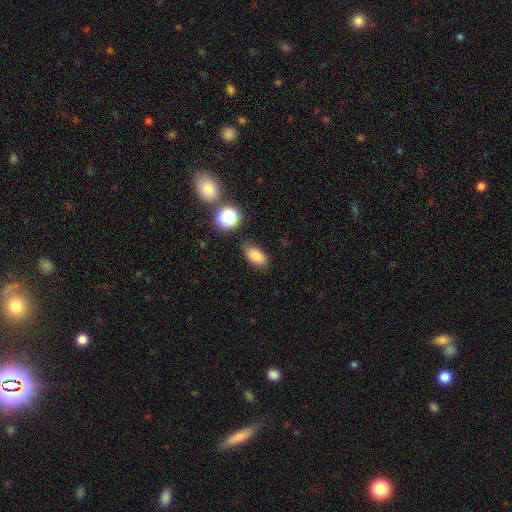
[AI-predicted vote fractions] Smooth or featured? Predicted: smooth (p=0.82). How rounded? Predicted: in between (p=0.89). Merging? Predicted: none (p=0.80).